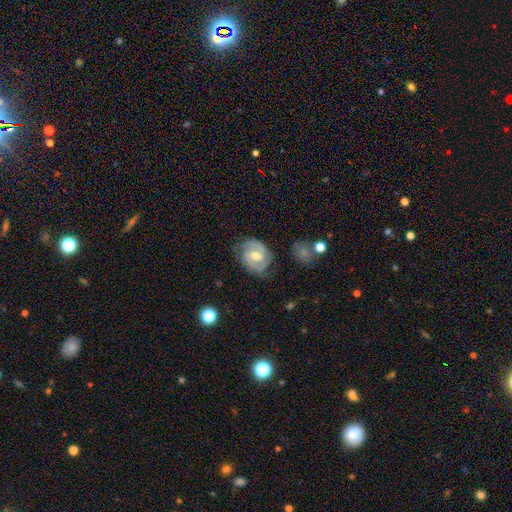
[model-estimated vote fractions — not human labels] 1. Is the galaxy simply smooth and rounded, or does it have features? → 83% featured or disk, 12% smooth, 5% star or artifact.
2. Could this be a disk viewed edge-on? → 98% no, 2% yes.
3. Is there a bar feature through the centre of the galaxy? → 54% weak, 27% no, 19% strong.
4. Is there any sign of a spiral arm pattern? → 96% yes, 4% no.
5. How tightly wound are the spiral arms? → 45% medium, 44% tight, 10% loose.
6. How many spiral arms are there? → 85% 2, 6% can't tell, 4% 3, 2% 1, 1% 4, 1% more than 4.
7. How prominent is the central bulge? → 69% moderate, 24% small, 5% large, 2% none, 1% dominant.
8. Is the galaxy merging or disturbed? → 75% none, 17% minor disturbance, 6% major disturbance, 2% merger.